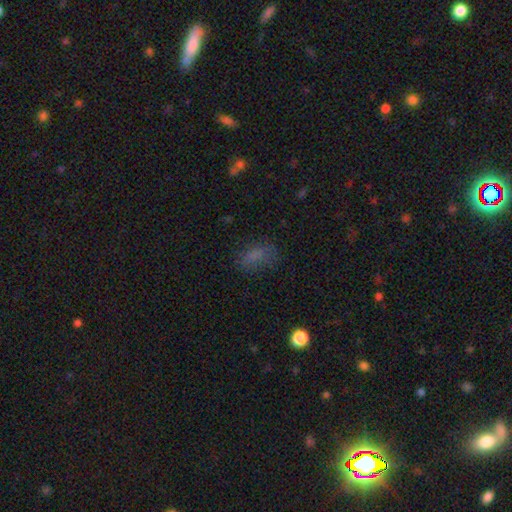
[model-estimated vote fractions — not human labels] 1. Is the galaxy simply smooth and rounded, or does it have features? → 72% smooth, 17% star or artifact, 10% featured or disk.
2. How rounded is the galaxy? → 84% in between, 9% round, 7% cigar-shaped.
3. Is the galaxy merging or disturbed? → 66% none, 21% minor disturbance, 11% major disturbance, 2% merger.